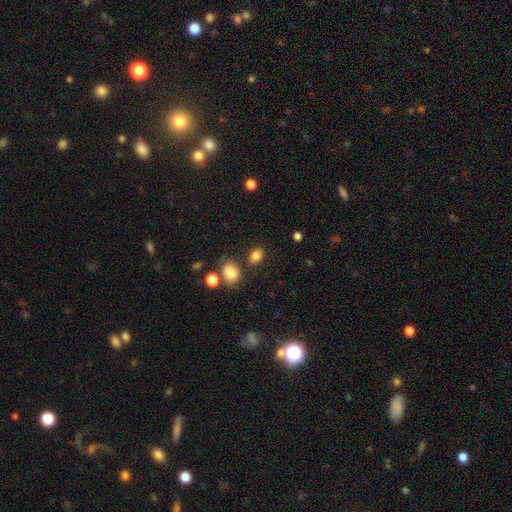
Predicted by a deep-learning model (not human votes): Smooth or featured? smooth (84%)
How rounded? in between (54%)
Merging? none (77%)